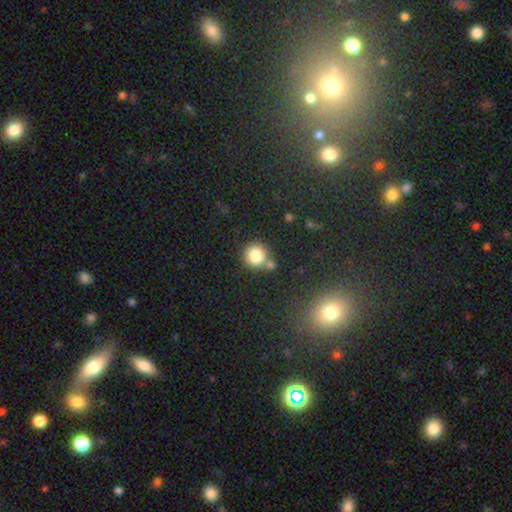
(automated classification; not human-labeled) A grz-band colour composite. It shows a smooth galaxy with no disk features (82%) that is round (91%). Merging: none (65%).